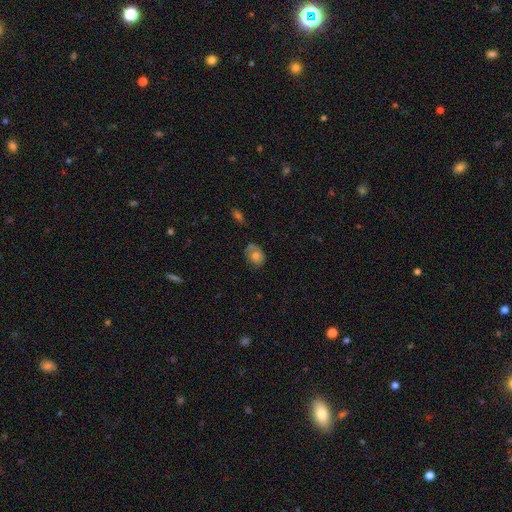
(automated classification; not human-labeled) Morphology: type=smooth (65%); roundness=in between (61%); merging=none (58%).